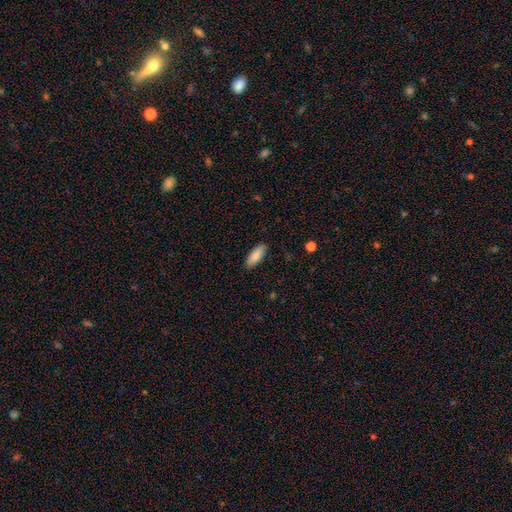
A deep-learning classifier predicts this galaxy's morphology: Overall: smooth (85%). How rounded: in between (71%). Merging: none (87%).